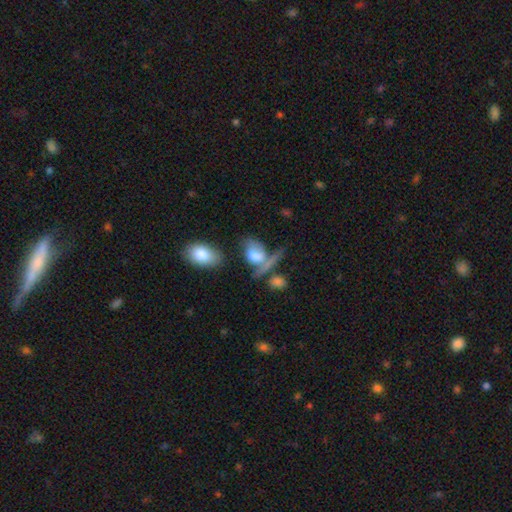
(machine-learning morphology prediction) Smooth or featured?
  - smooth: 65% *
  - featured or disk: 25%
  - star or artifact: 10%
How rounded?
  - in between: 79% *
  - round: 15%
  - cigar-shaped: 5%
Merging?
  - merger: 33% *
  - none: 29%
  - major disturbance: 21%
  - minor disturbance: 17%